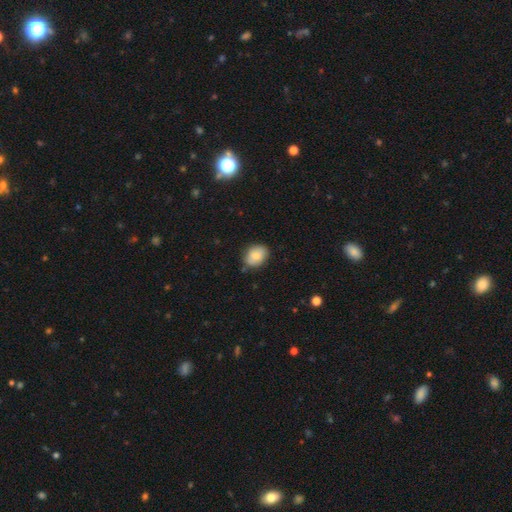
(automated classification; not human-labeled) This appears to be a smooth galaxy with no disk features (80%) that is in between round and cigar-shaped (66%). Merging: none (77%).